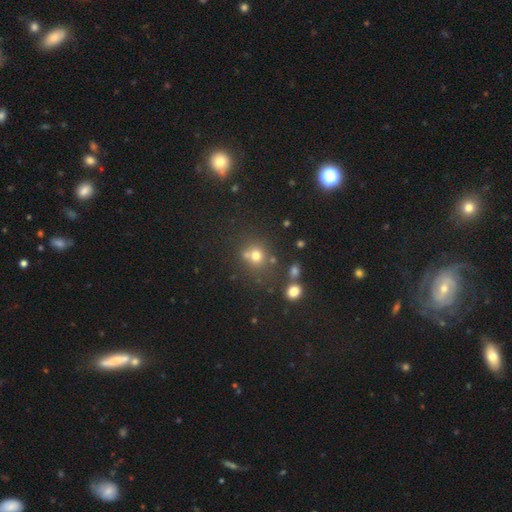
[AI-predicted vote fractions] A smooth galaxy with no disk features (70%) that is round (83%). Merging: none (62%).